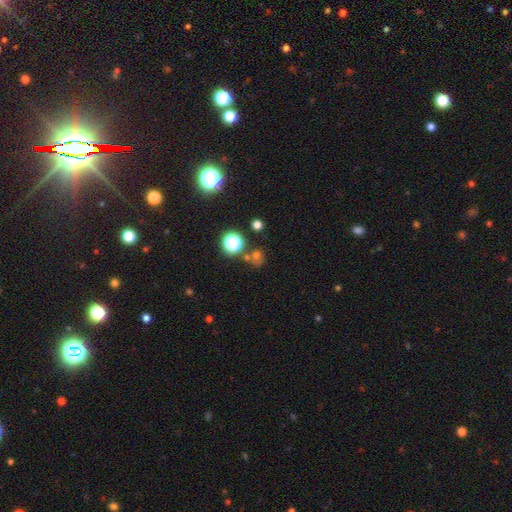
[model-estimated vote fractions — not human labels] This appears to be a star or artifact, not a galaxy (46%).